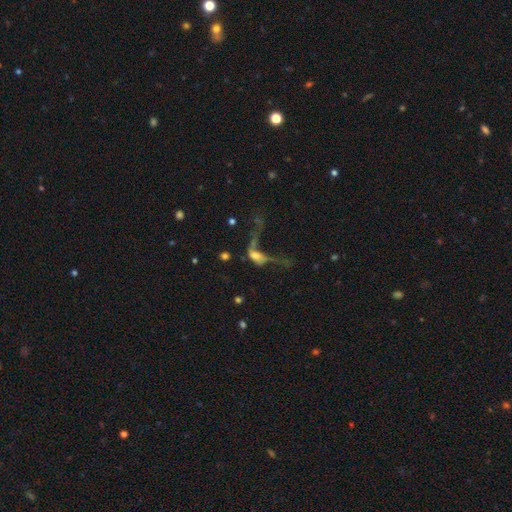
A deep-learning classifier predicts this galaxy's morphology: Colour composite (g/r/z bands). It shows a smooth galaxy with no disk features (43%). Merging: major disturbance (55%).